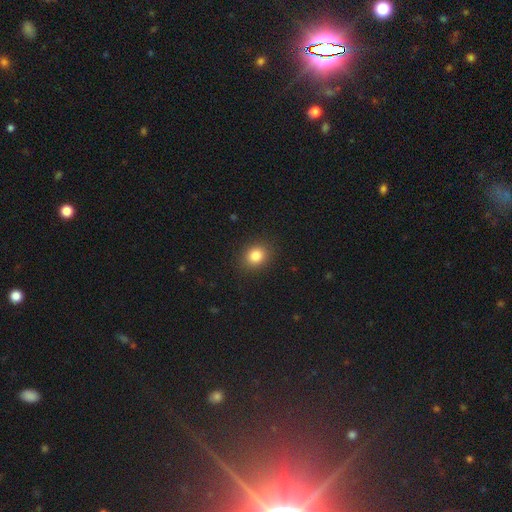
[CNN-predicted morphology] A smooth galaxy with no disk features (83%) that is round (66%).

Vote fractions:
- Smooth or featured? smooth: 83% / star or artifact: 11% / featured or disk: 6%
- How rounded? round: 66% / in between: 33% / cigar-shaped: 1%
- Merging? none: 89% / minor disturbance: 8% / major disturbance: 3% / merger: 1%